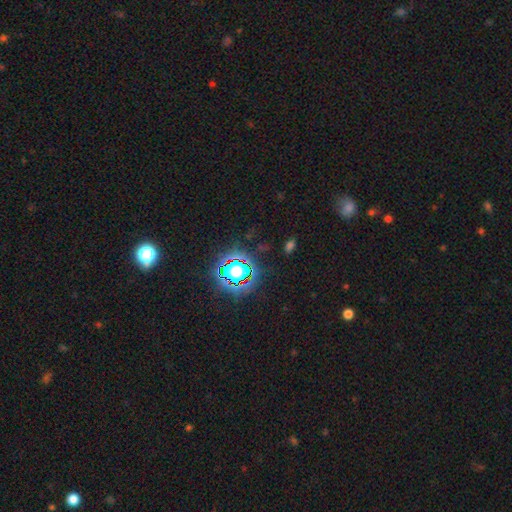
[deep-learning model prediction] smooth_or_featured: star or artifact (p=0.78) [alt: smooth p=0.14]